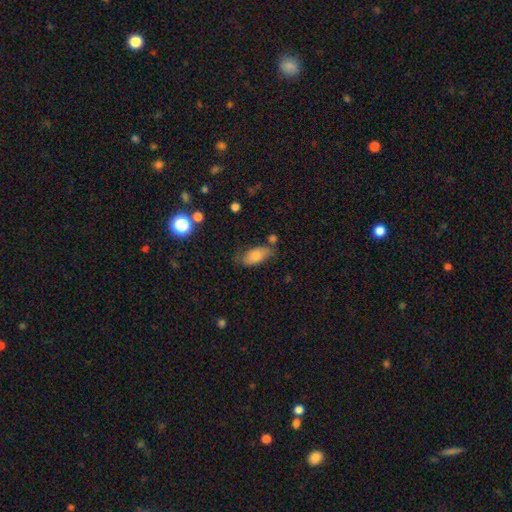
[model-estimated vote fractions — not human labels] Smooth or featured? Predicted: smooth (p=0.77). How rounded? Predicted: in between (p=0.90). Merging? Predicted: none (p=0.61).